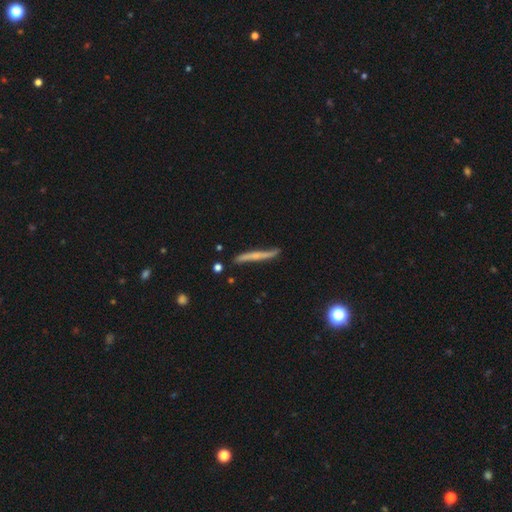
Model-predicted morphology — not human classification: A featured or disk galaxy (57%) viewed edge-on (86%).

Vote fractions:
- Smooth or featured? featured or disk: 57% / smooth: 36% / star or artifact: 7%
- Edge-on disk? yes: 86% / no: 14%
- Merging? none: 73% / minor disturbance: 20% / major disturbance: 4% / merger: 3%